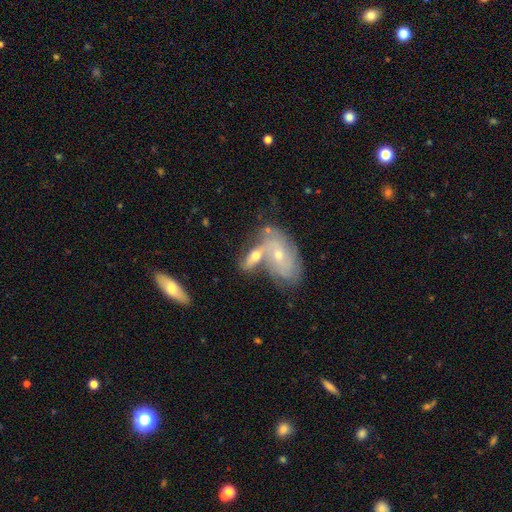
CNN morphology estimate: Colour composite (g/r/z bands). It shows a featured or disk galaxy (58%). Merging: merger (56%).